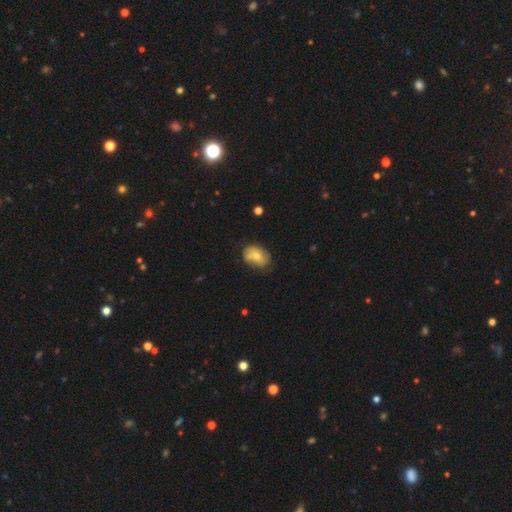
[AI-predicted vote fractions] smooth_or_featured: smooth (p=0.67) [alt: featured or disk p=0.25]
how_rounded: in between (p=0.75) [alt: round p=0.24]
merging: none (p=0.60) [alt: minor disturbance p=0.30]